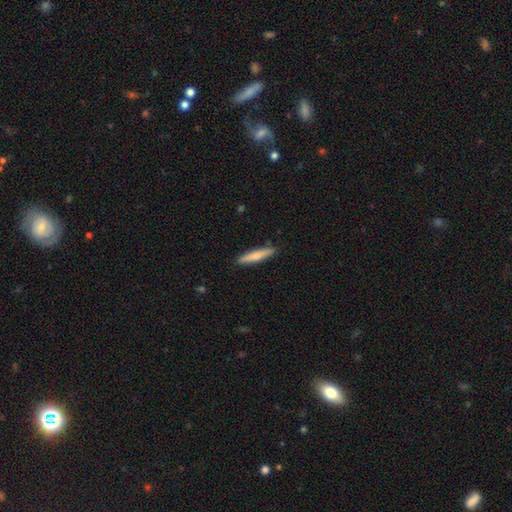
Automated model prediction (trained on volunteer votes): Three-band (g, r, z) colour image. It shows a smooth galaxy with no disk features (72%) that is cigar-shaped (90%). Merging: none (90%).